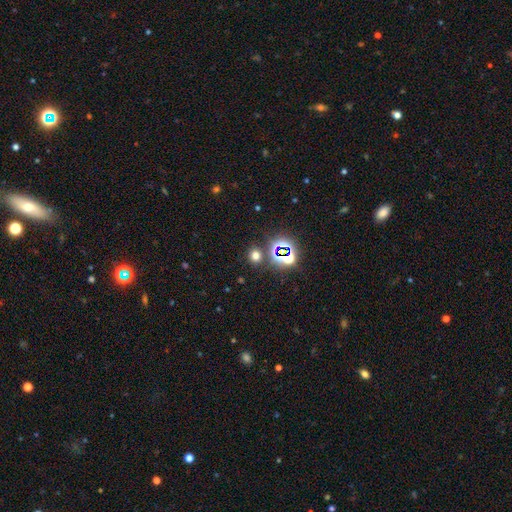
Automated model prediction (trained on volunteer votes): smooth_or_featured: smooth (p=0.61) [alt: star or artifact p=0.32]
how_rounded: round (p=0.81) [alt: in between p=0.18]
merging: none (p=0.83) [alt: minor disturbance p=0.07]